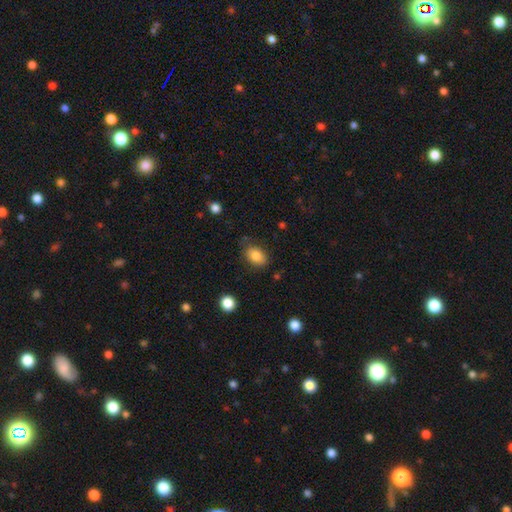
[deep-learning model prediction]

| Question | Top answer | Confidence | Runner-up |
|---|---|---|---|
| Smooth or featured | smooth | 84% | star or artifact (8%) |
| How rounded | in between | 81% | round (18%) |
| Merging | none | 77% | minor disturbance (16%) |